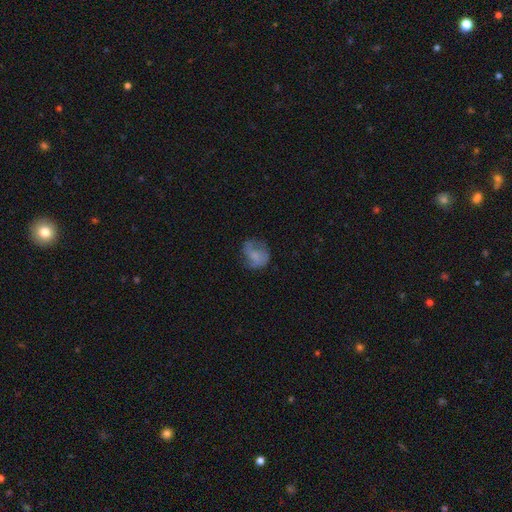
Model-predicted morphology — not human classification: Smooth or featured: smooth — 53% (featured or disk — 37%)
How rounded: round — 57% (in between — 41%)
Merging: none — 51% (minor disturbance — 26%)